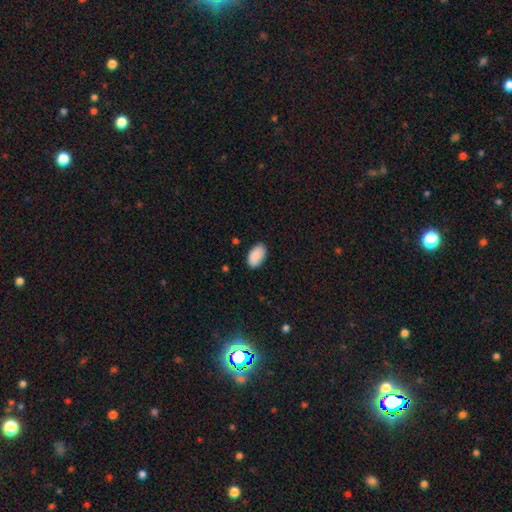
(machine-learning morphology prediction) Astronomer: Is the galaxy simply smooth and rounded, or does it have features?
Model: smooth — 90%.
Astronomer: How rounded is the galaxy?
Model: in between — 95%.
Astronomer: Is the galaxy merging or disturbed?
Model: none — 83%.